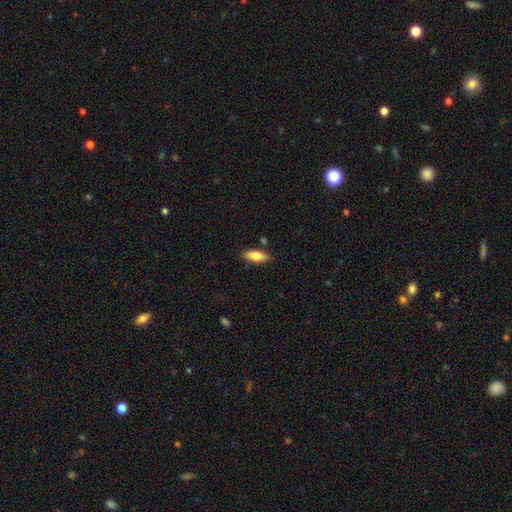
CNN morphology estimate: smooth 77%, featured or disk 16%, star or artifact 6%. Down the decision tree: how rounded — in between (70%); merging — none (83%).